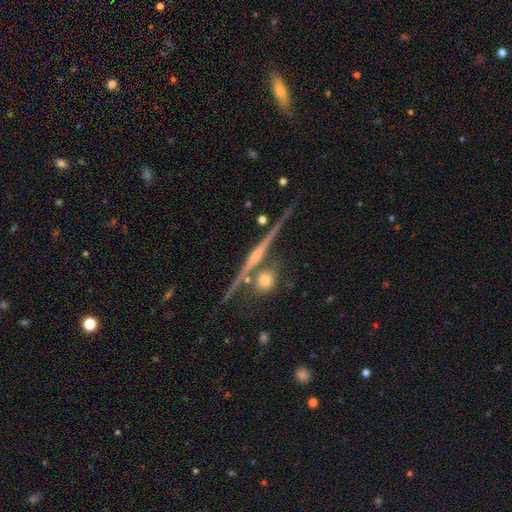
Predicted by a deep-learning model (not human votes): Overall: featured or disk (79%). Edge-on disk: yes (95%). Edge-on bulge: rounded (70%). Merging: none (71%).